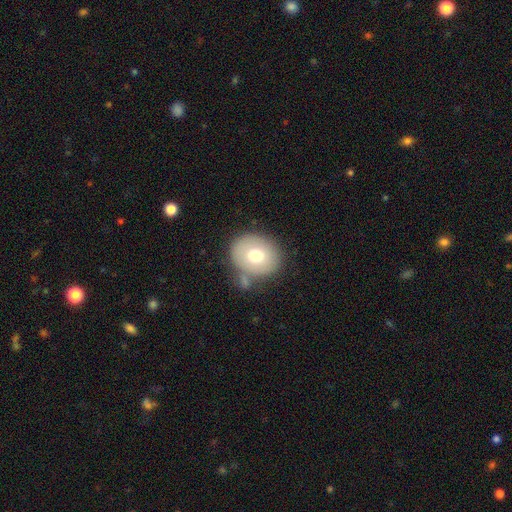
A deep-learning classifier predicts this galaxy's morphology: type=smooth (70%); roundness=round (67%); merging=none (66%).